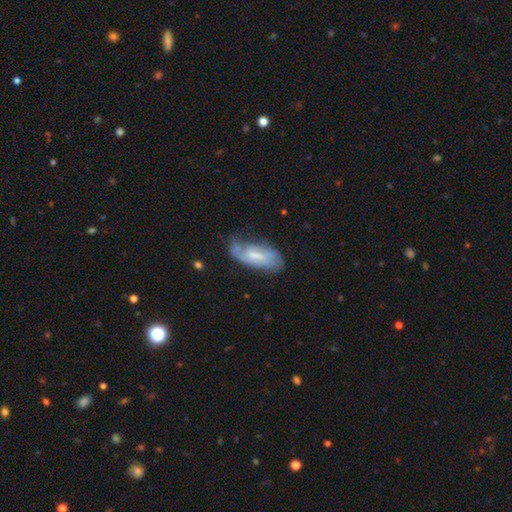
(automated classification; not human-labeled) featured or disk 60%, smooth 33%, star or artifact 7%. Down the decision tree: edge-on disk — no (90%); bar — weak (51%); spiral arms — yes (77%); bulge size — small (47%); merging — none (46%).